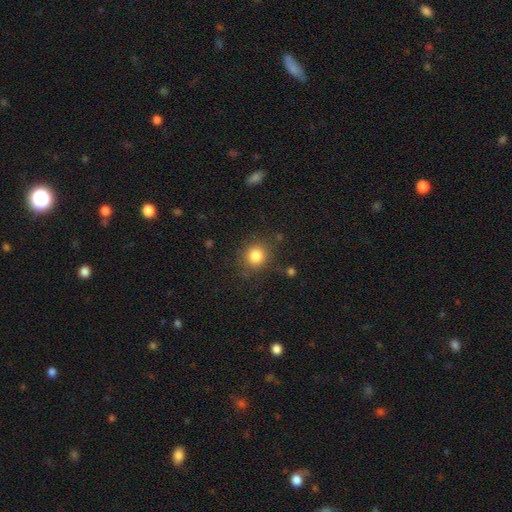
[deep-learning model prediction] A smooth galaxy with no disk features (83%) that is round (83%).

Vote fractions:
- Smooth or featured? smooth: 83% / star or artifact: 11% / featured or disk: 6%
- How rounded? round: 83% / in between: 16% / cigar-shaped: 1%
- Merging? none: 83% / minor disturbance: 11% / major disturbance: 4% / merger: 2%